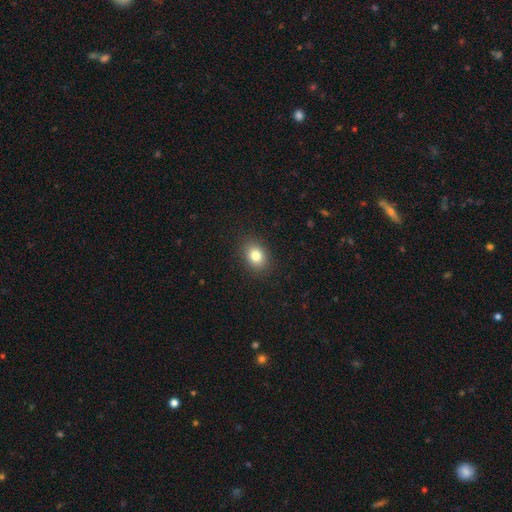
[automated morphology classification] Smooth or featured: smooth — 82% (star or artifact — 11%)
How rounded: in between — 61% (round — 38%)
Merging: none — 88% (minor disturbance — 8%)